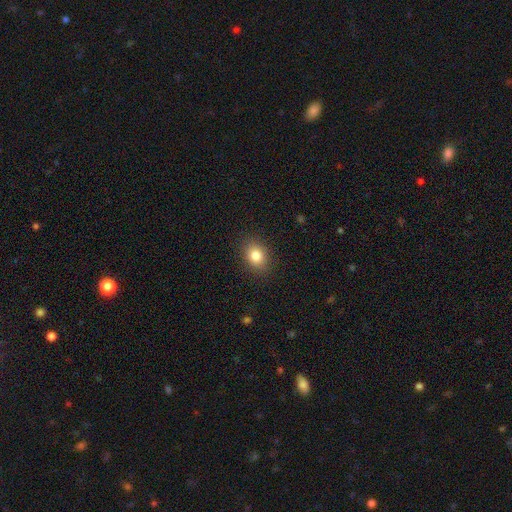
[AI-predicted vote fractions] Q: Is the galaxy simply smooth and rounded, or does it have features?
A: smooth — 82%.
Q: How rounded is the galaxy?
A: in between — 60%.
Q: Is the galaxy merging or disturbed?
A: none — 88%.